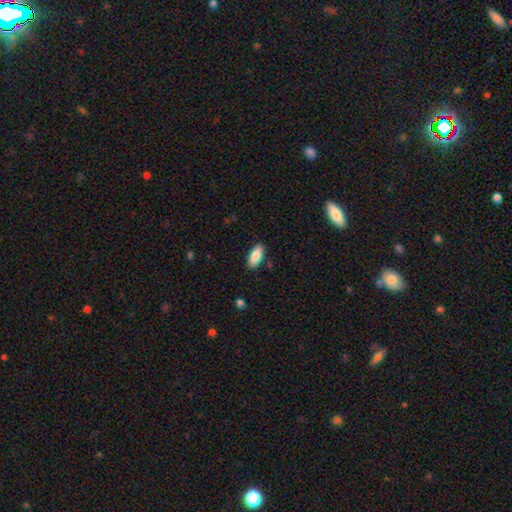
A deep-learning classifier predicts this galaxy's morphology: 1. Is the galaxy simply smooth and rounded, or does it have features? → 87% smooth, 7% featured or disk, 6% star or artifact.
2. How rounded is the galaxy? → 85% in between, 13% cigar-shaped, 2% round.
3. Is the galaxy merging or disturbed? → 87% none, 10% minor disturbance, 2% major disturbance, 2% merger.